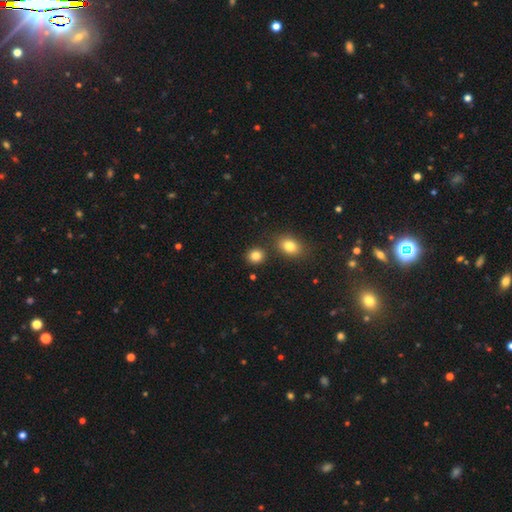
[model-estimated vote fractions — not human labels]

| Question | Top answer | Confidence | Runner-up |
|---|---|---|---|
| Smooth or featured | smooth | 84% | star or artifact (11%) |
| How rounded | round | 79% | in between (20%) |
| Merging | none | 81% | merger (9%) |